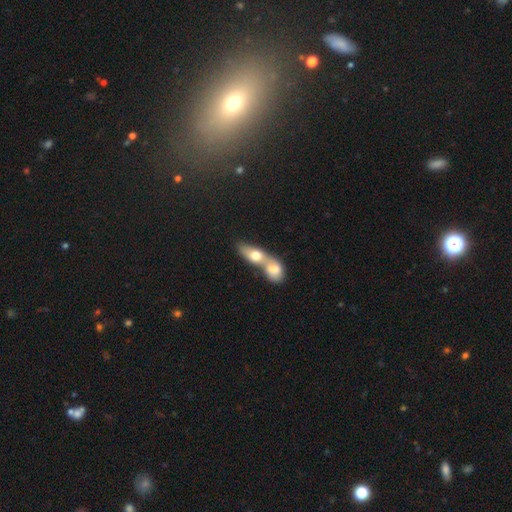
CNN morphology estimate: Smooth or featured? smooth (69%)
How rounded? in between (72%)
Merging? merger (78%)